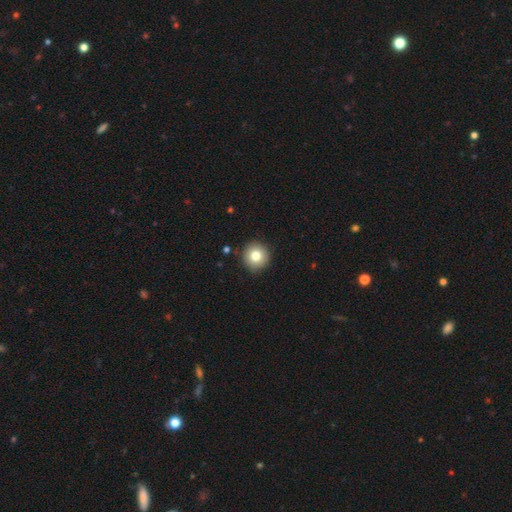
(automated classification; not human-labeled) Overall: smooth (79%). How rounded: round (95%). Merging: none (91%).